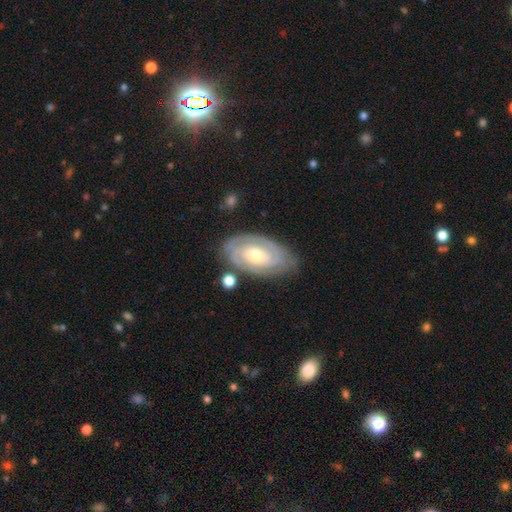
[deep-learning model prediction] A featured or disk galaxy (84%) with no bar (62%), 2 (56%) tight (76%) spiral arms (94%) and a moderate central bulge (64%).

Vote fractions:
- Smooth or featured? featured or disk: 84% / smooth: 12% / star or artifact: 5%
- Edge-on disk? no: 95% / yes: 5%
- Bar? no: 62% / weak: 28% / strong: 10%
- Spiral arms? yes: 94% / no: 6%
- Spiral winding? tight: 76% / medium: 20% / loose: 4%
- Spiral arm count? 2: 56% / can't tell: 21% / 3: 13% / 1: 4% / 4: 3% / more than 4: 3%
- Bulge size? moderate: 64% / small: 28% / large: 6% / none: 1% / dominant: 1%
- Merging? none: 77% / minor disturbance: 16% / major disturbance: 4% / merger: 3%